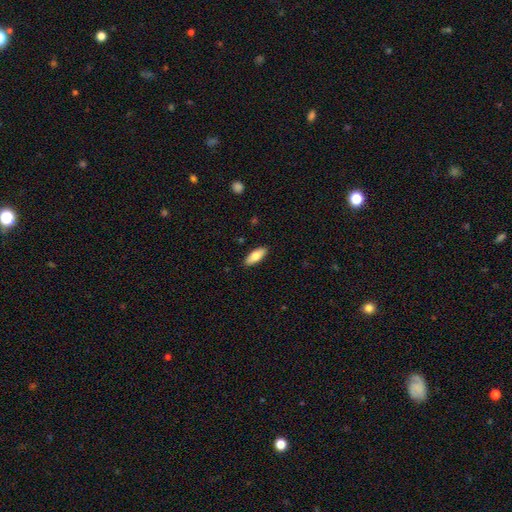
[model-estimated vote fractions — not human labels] This appears to be a smooth galaxy with no disk features (77%) that is in between round and cigar-shaped (80%). Merging: none (89%).